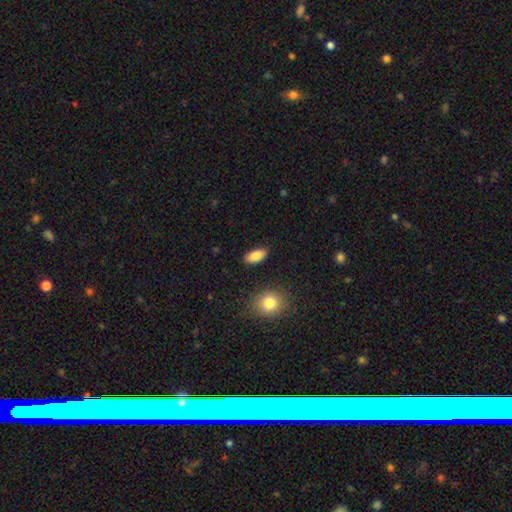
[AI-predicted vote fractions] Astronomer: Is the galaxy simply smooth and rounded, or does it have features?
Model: smooth — 87%.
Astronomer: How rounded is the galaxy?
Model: in between — 89%.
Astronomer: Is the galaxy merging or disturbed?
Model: none — 88%.